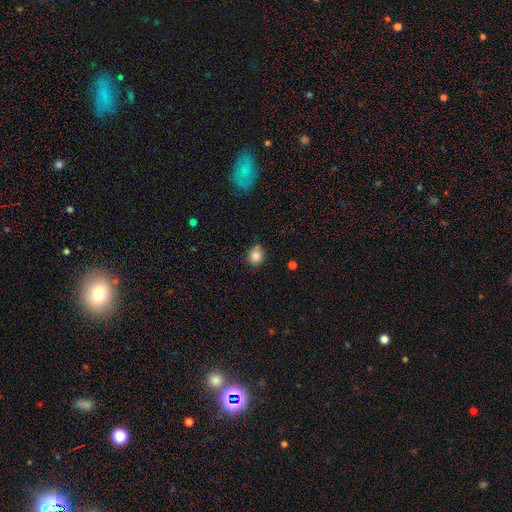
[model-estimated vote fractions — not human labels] smooth 85%, star or artifact 10%, featured or disk 5%. Down the decision tree: how rounded — round (69%); merging — none (73%).